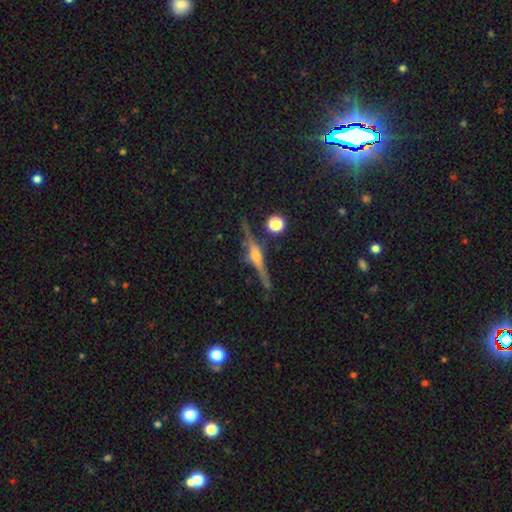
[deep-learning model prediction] This appears to be a featured or disk galaxy (81%) viewed edge-on (97%) with a rounded central bulge (88%). Merging: none (85%).